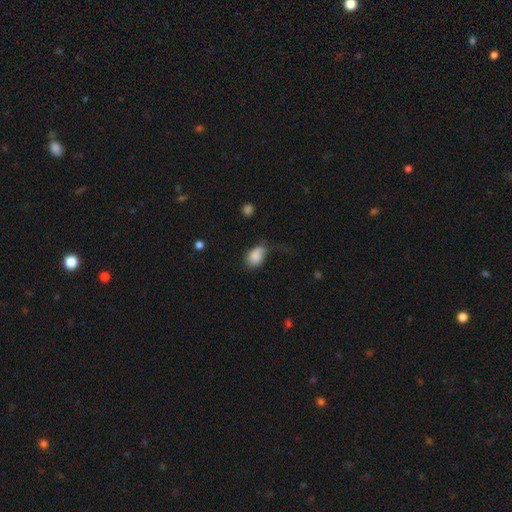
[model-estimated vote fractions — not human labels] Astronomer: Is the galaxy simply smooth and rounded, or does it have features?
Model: smooth — 83%.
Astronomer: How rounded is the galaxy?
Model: in between — 81%.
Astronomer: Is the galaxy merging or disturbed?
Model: none — 39% (runner-up: minor disturbance, 35%).